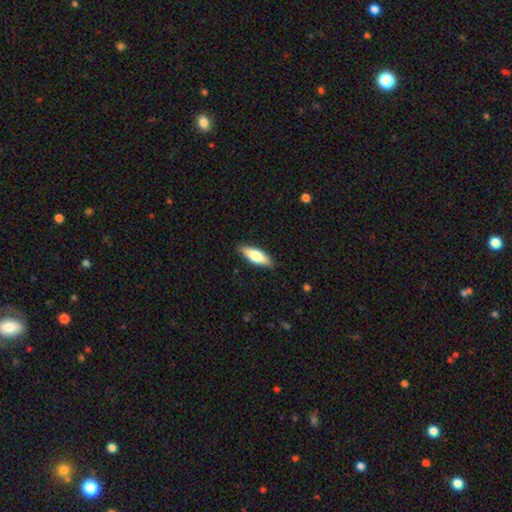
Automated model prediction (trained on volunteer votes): Morphology: type=smooth (64%); roundness=in between (58%); merging=none (87%).